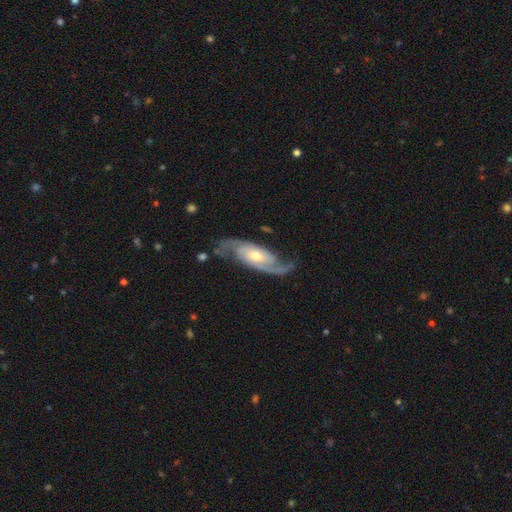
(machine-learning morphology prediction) featured or disk 90%, smooth 6%, star or artifact 4%. Down the decision tree: edge-on disk — no (93%); bar — no (53%); spiral arms — yes (98%); spiral arm count — 2 (91%); spiral winding — medium (49%); bulge size — moderate (59%); merging — none (77%).